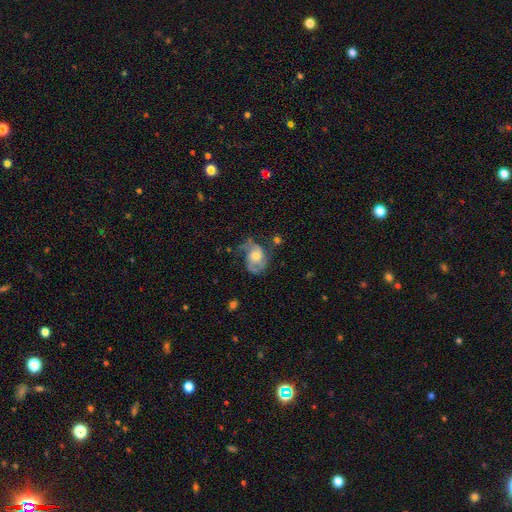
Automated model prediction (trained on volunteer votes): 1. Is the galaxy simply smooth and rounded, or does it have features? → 72% featured or disk, 21% smooth, 8% star or artifact.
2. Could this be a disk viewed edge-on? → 97% no, 3% yes.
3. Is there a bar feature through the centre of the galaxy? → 71% no, 25% weak, 4% strong.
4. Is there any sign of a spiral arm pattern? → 88% yes, 12% no.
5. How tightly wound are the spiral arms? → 47% medium, 29% tight, 25% loose.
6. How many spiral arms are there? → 66% 2, 14% can't tell, 9% 1, 7% 3, 2% 4, 2% more than 4.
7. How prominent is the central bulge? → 46% moderate, 24% large, 20% small, 7% none, 3% dominant.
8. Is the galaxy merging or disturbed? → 47% none, 25% minor disturbance, 24% major disturbance, 4% merger.